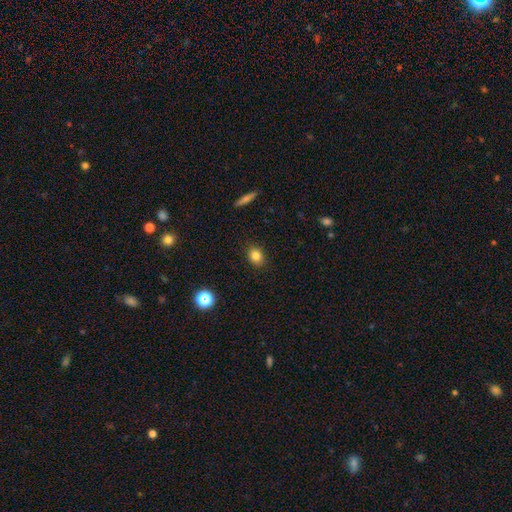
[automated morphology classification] Smooth or featured: smooth — 82% (star or artifact — 11%)
How rounded: round — 51% (in between — 48%)
Merging: none — 88% (minor disturbance — 8%)